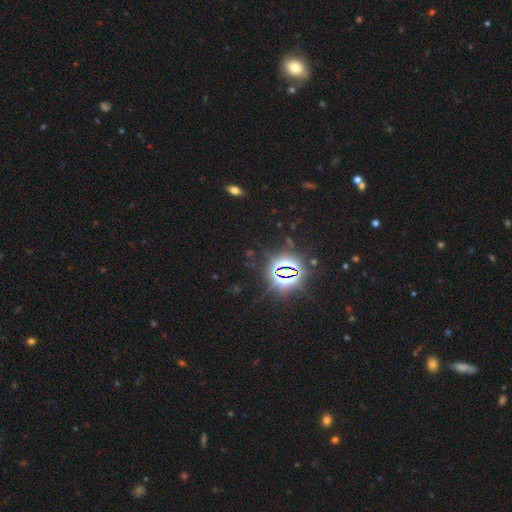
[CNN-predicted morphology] Smooth or featured? star or artifact (84%)